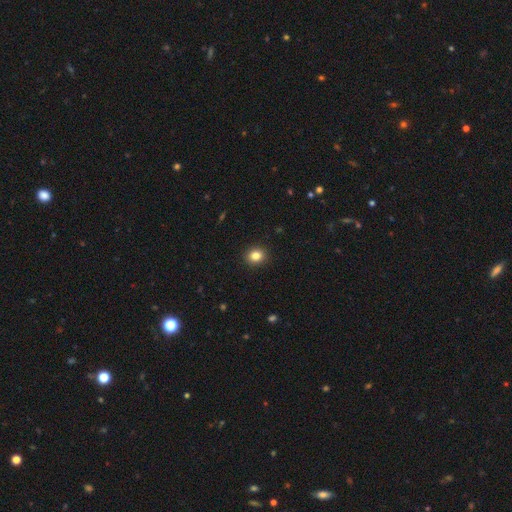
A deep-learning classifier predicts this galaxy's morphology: smooth-or-featured: smooth: 84% | star or artifact: 11% | featured or disk: 5%
  how-rounded: round: 76% | in between: 23% | cigar-shaped: 1%
  merging: none: 92% | minor disturbance: 5% | major disturbance: 2% | merger: 1%